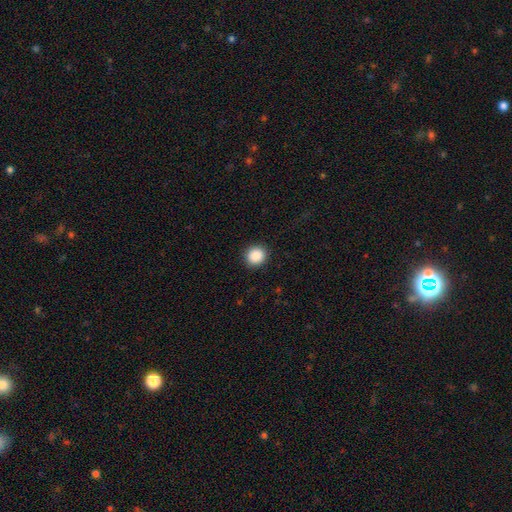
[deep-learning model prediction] Smooth or featured? smooth (89%)
How rounded? round (89%)
Merging? none (91%)